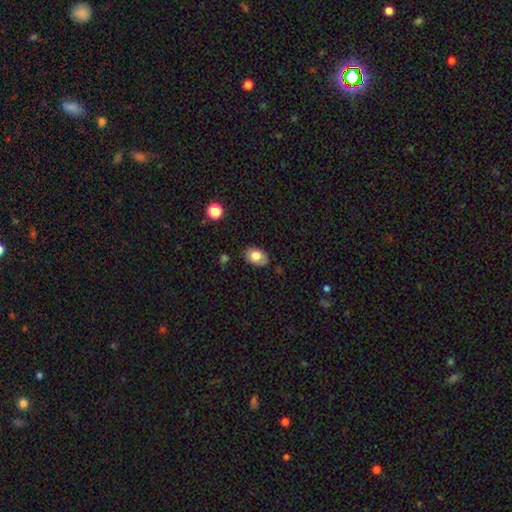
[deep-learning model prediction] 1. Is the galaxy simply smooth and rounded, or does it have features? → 80% smooth, 12% featured or disk, 8% star or artifact.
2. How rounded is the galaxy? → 81% in between, 18% round, 1% cigar-shaped.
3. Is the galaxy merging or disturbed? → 79% none, 16% minor disturbance, 3% major disturbance, 2% merger.